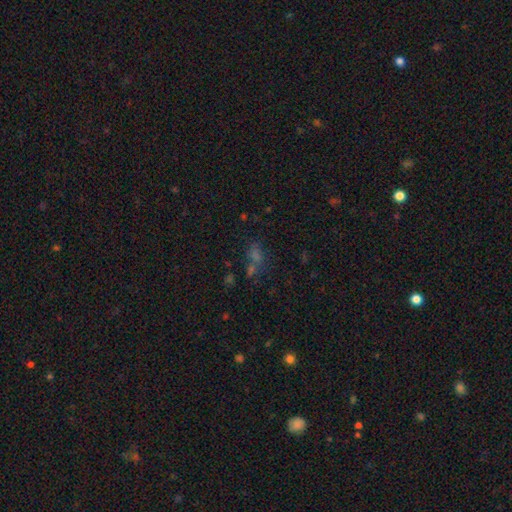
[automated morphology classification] Smooth or featured? Predicted: smooth (p=0.44). Merging? Predicted: none (p=0.51).